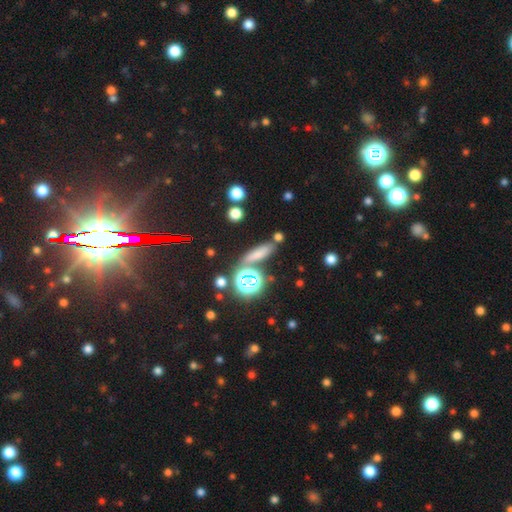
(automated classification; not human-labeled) A smooth galaxy with no disk features (61%) that is cigar-shaped (54%).

Vote fractions:
- Smooth or featured? smooth: 61% / star or artifact: 25% / featured or disk: 14%
- How rounded? cigar-shaped: 54% / in between: 31% / round: 15%
- Merging? none: 70% / minor disturbance: 13% / merger: 12% / major disturbance: 5%